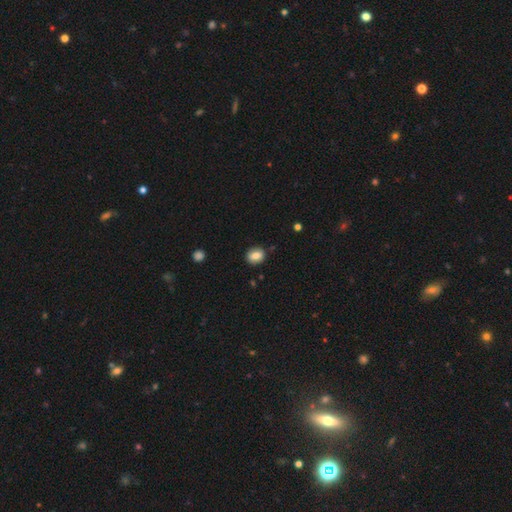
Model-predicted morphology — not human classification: smooth 79%, featured or disk 12%, star or artifact 9%. Down the decision tree: how rounded — round (60%); merging — none (86%).